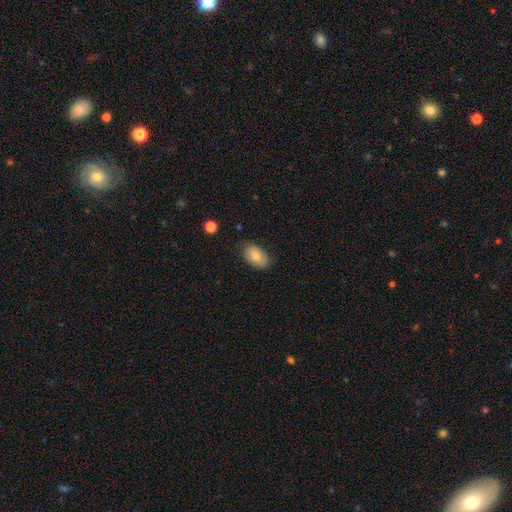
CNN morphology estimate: A smooth galaxy with no disk features (77%) that is in between round and cigar-shaped (90%).

Vote fractions:
- Smooth or featured? smooth: 77% / featured or disk: 15% / star or artifact: 8%
- How rounded? in between: 90% / round: 9% / cigar-shaped: 1%
- Merging? none: 77% / minor disturbance: 19% / major disturbance: 3% / merger: 1%